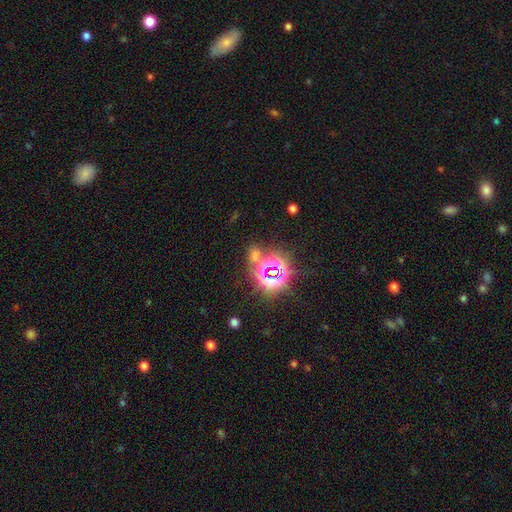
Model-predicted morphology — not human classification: Smooth or featured? star or artifact (66%)